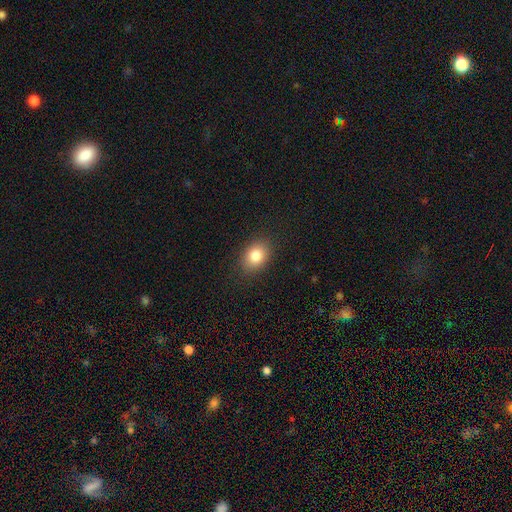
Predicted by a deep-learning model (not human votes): smooth-or-featured: smooth: 83% | star or artifact: 9% | featured or disk: 7%
  how-rounded: in between: 68% | round: 31% | cigar-shaped: 1%
  merging: none: 87% | minor disturbance: 9% | major disturbance: 3% | merger: 1%